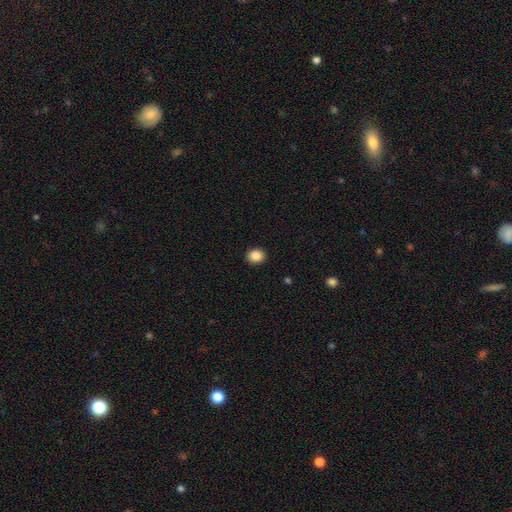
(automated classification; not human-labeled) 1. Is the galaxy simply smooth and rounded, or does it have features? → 87% smooth, 9% star or artifact, 4% featured or disk.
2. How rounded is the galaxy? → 61% round, 38% in between, 1% cigar-shaped.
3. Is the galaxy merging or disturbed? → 91% none, 6% minor disturbance, 2% major disturbance, 1% merger.